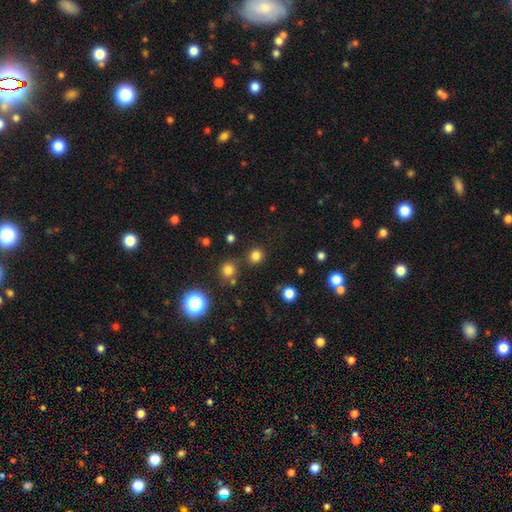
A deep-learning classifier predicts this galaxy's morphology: Smooth or featured? Predicted: smooth (p=0.78). How rounded? Predicted: round (p=0.90). Merging? Predicted: none (p=0.81).